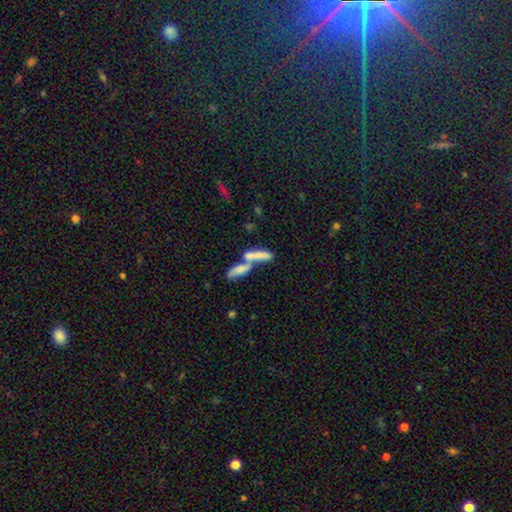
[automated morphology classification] smooth-or-featured: smooth: 67% | featured or disk: 24% | star or artifact: 9%
  how-rounded: cigar-shaped: 66% | in between: 30% | round: 3%
  merging: merger: 66% | none: 23% | minor disturbance: 6% | major disturbance: 5%